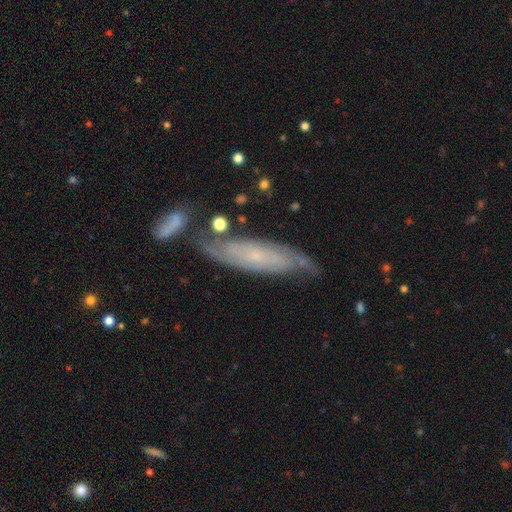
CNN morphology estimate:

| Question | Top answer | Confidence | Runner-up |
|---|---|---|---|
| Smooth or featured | featured or disk | 69% | smooth (23%) |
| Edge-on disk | no | 75% | yes (25%) |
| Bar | no | 73% | weak (21%) |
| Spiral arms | yes | 88% | no (12%) |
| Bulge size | small | 80% | moderate (10%) |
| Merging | none | 62% | minor disturbance (20%) |